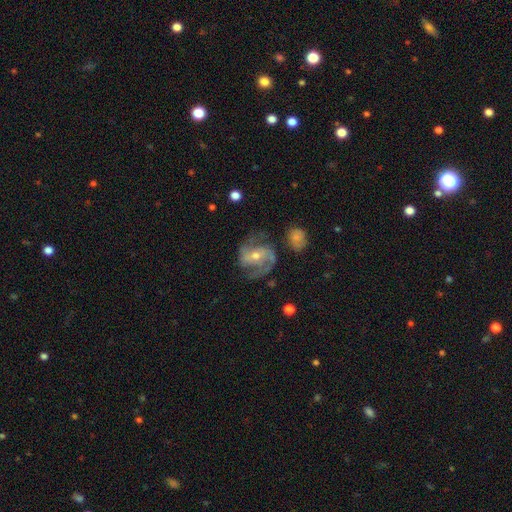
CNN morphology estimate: type=featured or disk (86%); edge-on=no (97%); bar=no (44%); spiral arms=yes (96%); winding=medium (55%); arm count=2 (80%); bulge=moderate (49%); merging=none (67%).